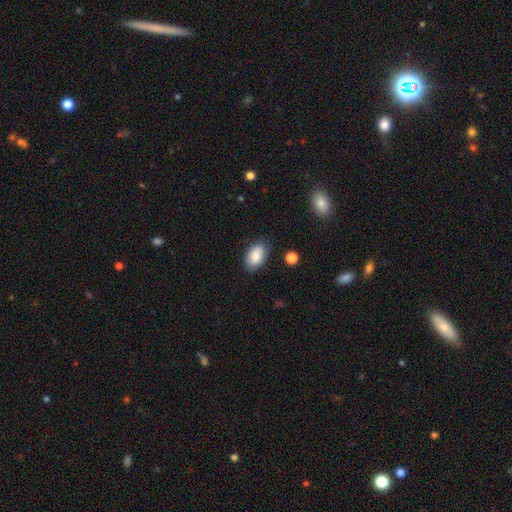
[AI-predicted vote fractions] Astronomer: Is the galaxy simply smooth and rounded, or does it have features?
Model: smooth — 82%.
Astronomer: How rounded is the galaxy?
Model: in between — 92%.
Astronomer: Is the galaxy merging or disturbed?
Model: none — 80%.